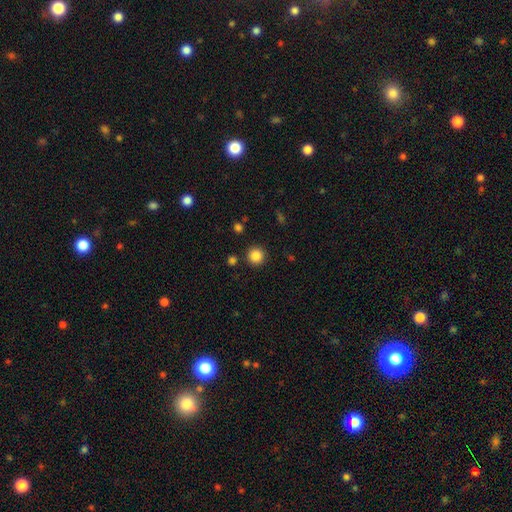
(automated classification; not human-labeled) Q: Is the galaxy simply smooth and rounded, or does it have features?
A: smooth — 86%.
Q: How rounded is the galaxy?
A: round — 95%.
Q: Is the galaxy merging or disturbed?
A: none — 90%.